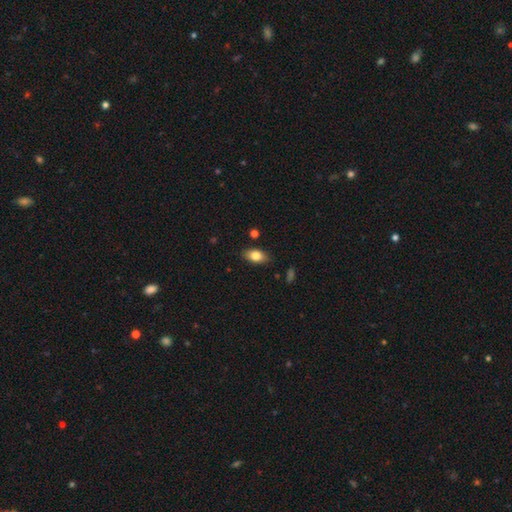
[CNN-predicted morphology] Smooth or featured? smooth (81%)
How rounded? in between (88%)
Merging? none (85%)